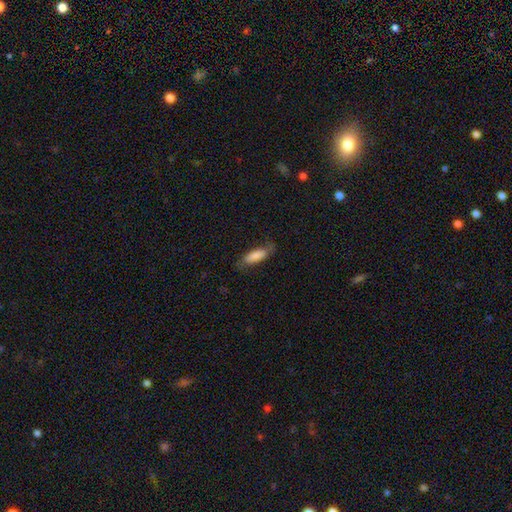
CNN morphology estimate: A smooth galaxy with no disk features (80%) that is in between round and cigar-shaped (61%).

Vote fractions:
- Smooth or featured? smooth: 80% / featured or disk: 14% / star or artifact: 6%
- How rounded? in between: 61% / cigar-shaped: 38% / round: 2%
- Merging? none: 70% / minor disturbance: 22% / major disturbance: 7% / merger: 1%